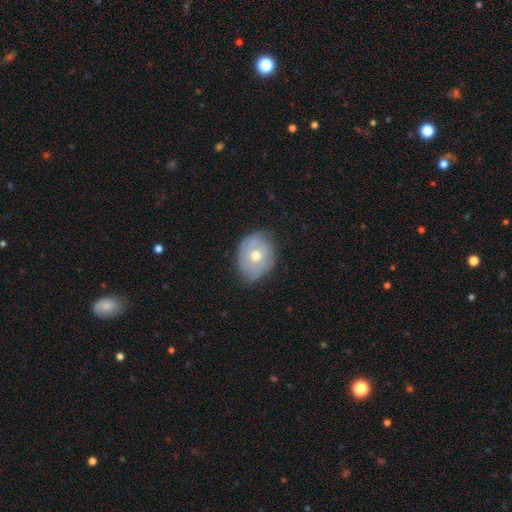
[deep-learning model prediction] A smooth galaxy with no disk features (49%).

Vote fractions:
- Smooth or featured? smooth: 49% / featured or disk: 43% / star or artifact: 8%
- Merging? none: 68% / minor disturbance: 25% / major disturbance: 6% / merger: 1%